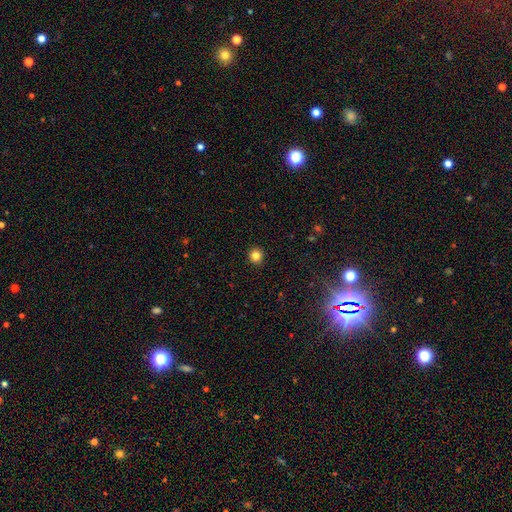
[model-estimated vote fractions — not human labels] The model was most divided on "smooth or featured": smooth: 83%, star or artifact: 12%, featured or disk: 5%. More confident: how rounded — round (93%); merging — none (93%).